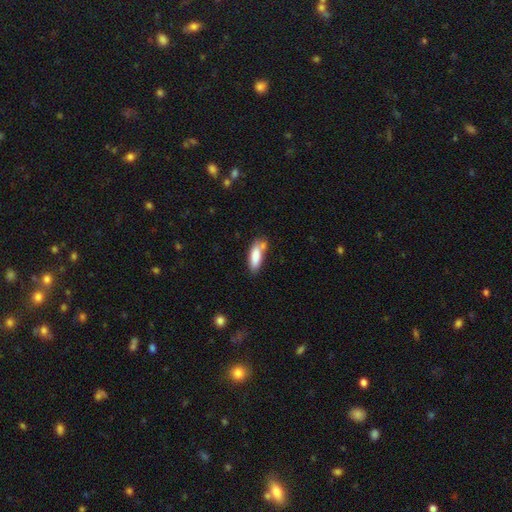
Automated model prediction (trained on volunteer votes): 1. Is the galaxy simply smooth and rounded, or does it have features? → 81% smooth, 12% featured or disk, 7% star or artifact.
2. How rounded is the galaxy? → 58% in between, 40% cigar-shaped, 2% round.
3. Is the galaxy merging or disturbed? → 53% none, 24% minor disturbance, 17% merger, 7% major disturbance.